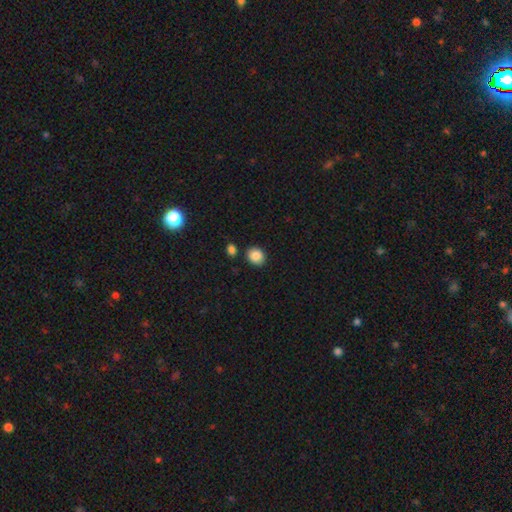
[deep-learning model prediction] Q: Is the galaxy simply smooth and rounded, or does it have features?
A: smooth — 87%.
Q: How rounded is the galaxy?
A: round — 74%.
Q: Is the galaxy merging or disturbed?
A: none — 85%.